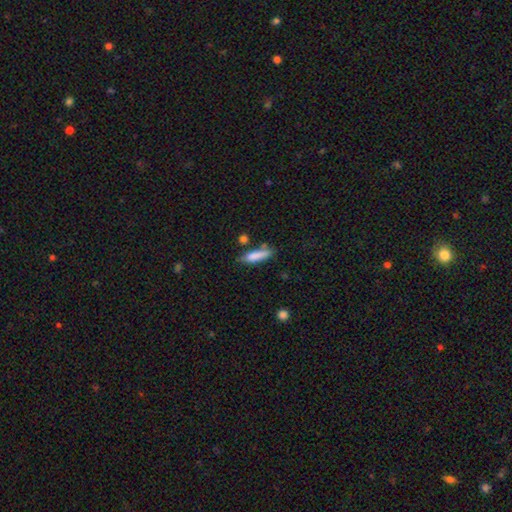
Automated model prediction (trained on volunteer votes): smooth 82%, featured or disk 11%, star or artifact 7%. Down the decision tree: how rounded — cigar-shaped (66%); merging — none (64%).